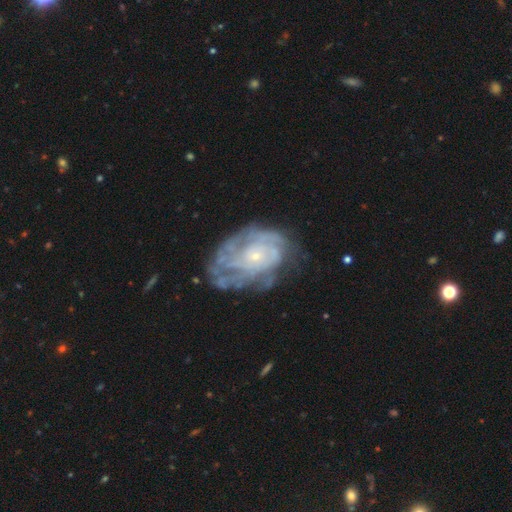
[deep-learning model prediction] smooth_or_featured: featured or disk (p=0.81) [alt: smooth p=0.12]
disk_edge_on: no (p=0.97) [alt: yes p=0.03]
bar: no (p=0.82) [alt: weak p=0.15]
has_spiral_arms: yes (p=0.84) [alt: no p=0.16]
spiral_winding: tight (p=0.67) [alt: medium p=0.25]
spiral_arm_count: can't tell (p=0.50) [alt: 4 p=0.15]
bulge_size: small (p=0.81) [alt: moderate p=0.14]
merging: none (p=0.58) [alt: minor disturbance p=0.24]